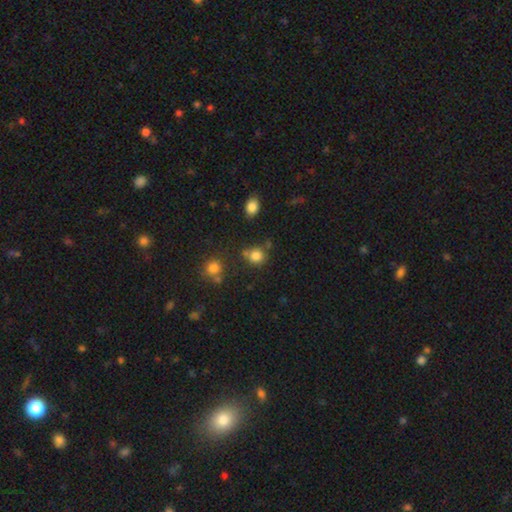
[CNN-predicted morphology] smooth 81%, star or artifact 13%, featured or disk 6%. Down the decision tree: how rounded — round (83%); merging — none (68%).